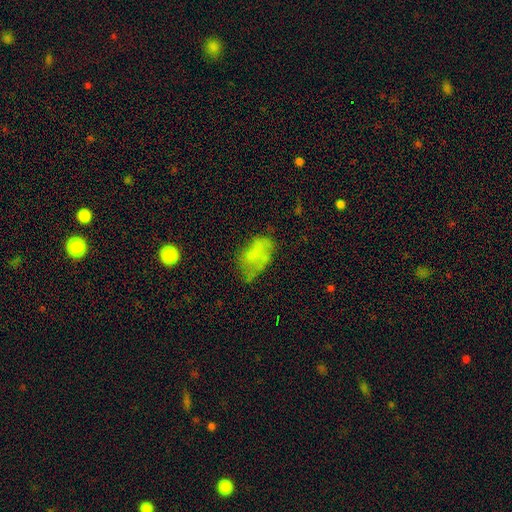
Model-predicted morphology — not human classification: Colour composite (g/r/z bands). It shows a smooth galaxy with no disk features (58%) that is in between round and cigar-shaped (91%). Merging: none (38%).